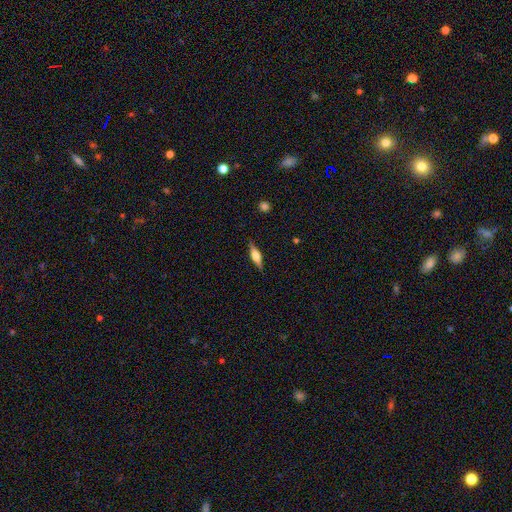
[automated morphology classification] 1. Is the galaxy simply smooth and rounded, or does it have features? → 57% featured or disk, 36% smooth, 7% star or artifact.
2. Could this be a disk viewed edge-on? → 96% yes, 4% no.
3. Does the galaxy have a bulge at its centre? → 82% rounded, 15% boxy, 3% none.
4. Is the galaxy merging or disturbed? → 87% none, 10% minor disturbance, 2% major disturbance, 1% merger.